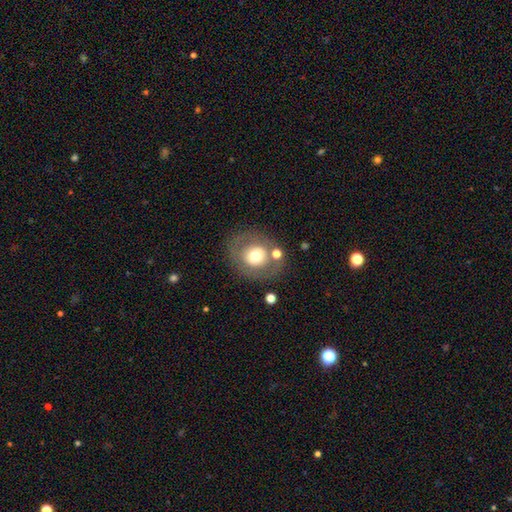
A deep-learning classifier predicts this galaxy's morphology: smooth-or-featured: smooth: 56% | featured or disk: 35% | star or artifact: 9%
  how-rounded: round: 72% | in between: 27% | cigar-shaped: 1%
  merging: none: 72% | minor disturbance: 13% | major disturbance: 8% | merger: 8%